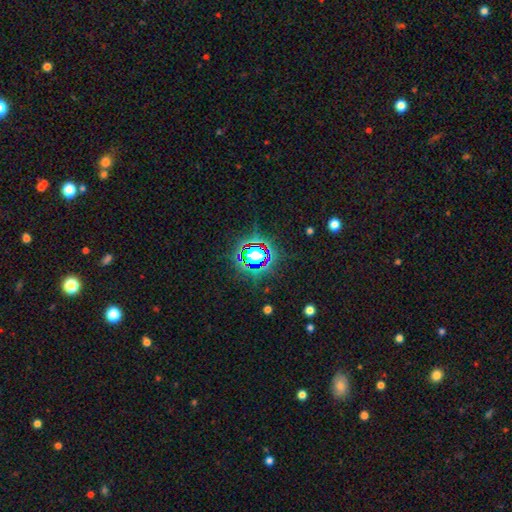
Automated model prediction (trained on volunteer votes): Q: Smooth or featured?
A: star or artifact (82%); runner-up: smooth (11%)